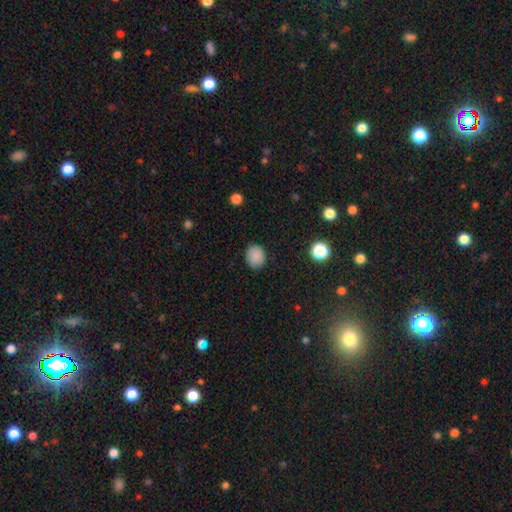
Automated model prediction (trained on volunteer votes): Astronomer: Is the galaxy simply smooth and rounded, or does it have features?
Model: smooth — 87%.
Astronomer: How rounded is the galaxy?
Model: round — 61% (runner-up: in between, 38%).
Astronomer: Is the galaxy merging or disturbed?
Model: none — 87%.